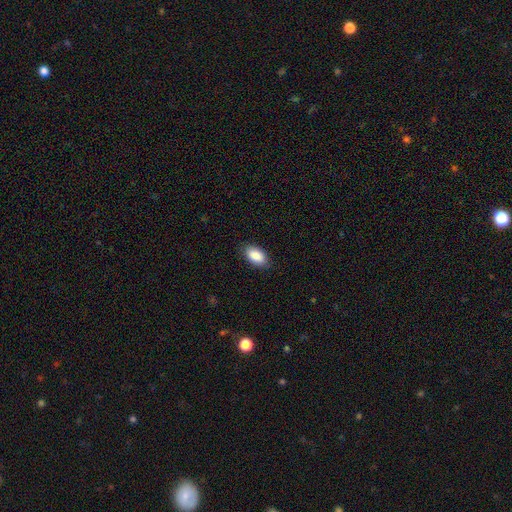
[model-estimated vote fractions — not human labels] A smooth galaxy with no disk features (88%) that is in between round and cigar-shaped (94%). Merging: none (87%).